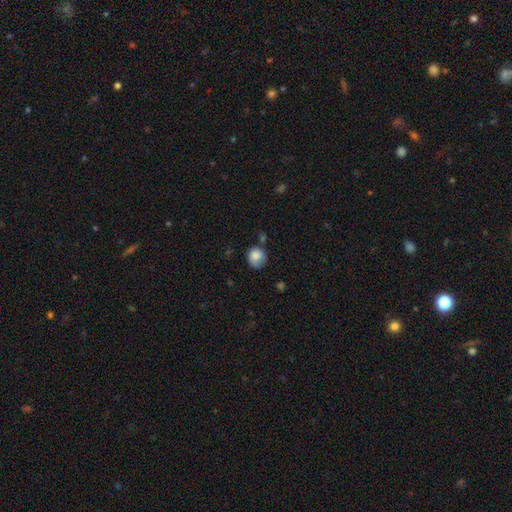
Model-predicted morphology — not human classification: Smooth or featured: smooth — 82% (featured or disk — 10%)
How rounded: round — 81% (in between — 18%)
Merging: none — 57% (minor disturbance — 28%)